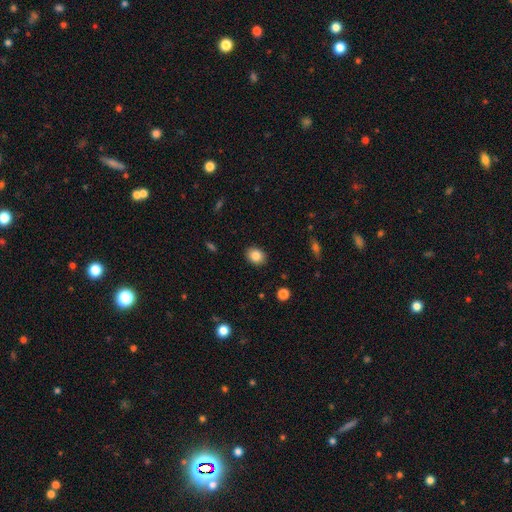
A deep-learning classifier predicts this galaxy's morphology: Overall: smooth (85%). How rounded: in between (54%; round 45%). Merging: none (89%).